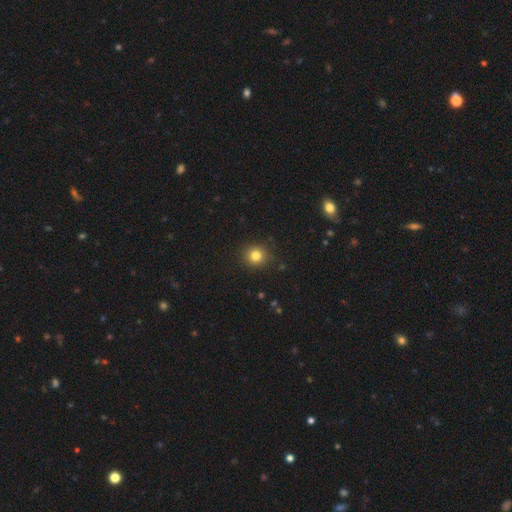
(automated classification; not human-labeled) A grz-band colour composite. It shows a smooth galaxy with no disk features (81%) that is round (90%). Merging: none (89%).